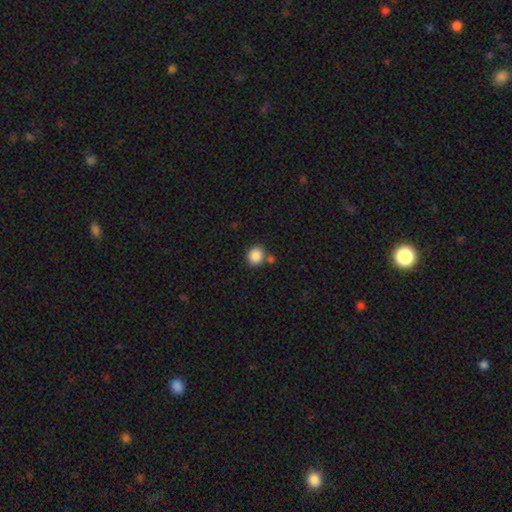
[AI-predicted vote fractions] Overall: smooth (87%). How rounded: round (69%; in between 30%). Merging: none (72%).